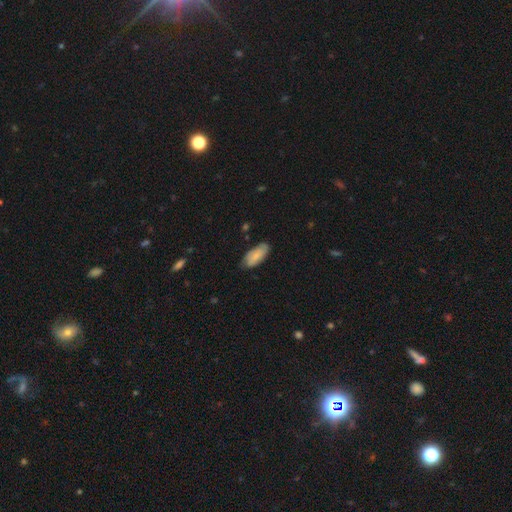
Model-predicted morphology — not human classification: This is likely a smooth galaxy (75%). How rounded: clearly in between (88%). Merging: likely none (73%).